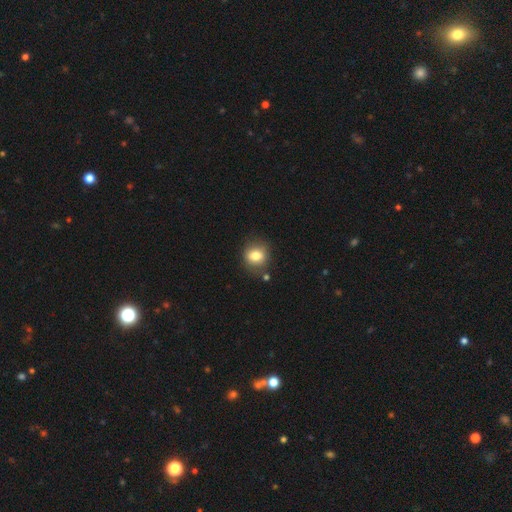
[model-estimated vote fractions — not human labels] This is likely a smooth galaxy (79%). How rounded: likely round (70%). Merging: likely none (78%).